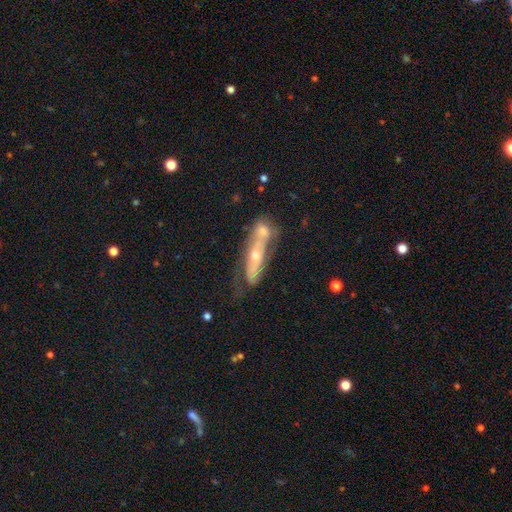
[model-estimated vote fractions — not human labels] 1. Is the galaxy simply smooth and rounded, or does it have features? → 60% featured or disk, 31% smooth, 9% star or artifact.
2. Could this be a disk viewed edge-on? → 57% no, 43% yes.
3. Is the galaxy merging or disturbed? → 46% merger, 30% none, 14% minor disturbance, 10% major disturbance.